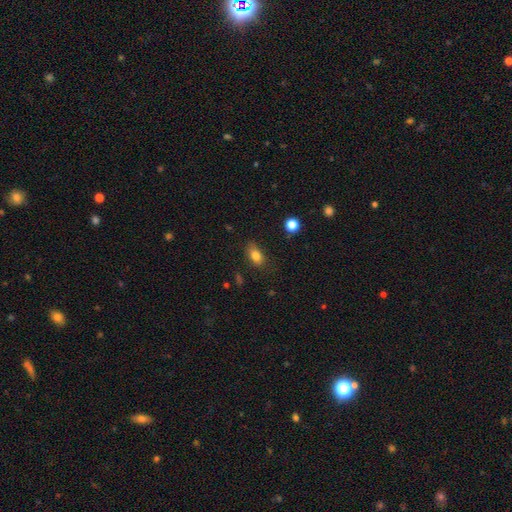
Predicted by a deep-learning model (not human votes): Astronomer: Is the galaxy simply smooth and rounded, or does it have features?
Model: smooth — 81%.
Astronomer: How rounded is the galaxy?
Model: in between — 84%.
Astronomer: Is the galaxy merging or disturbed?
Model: none — 78%.